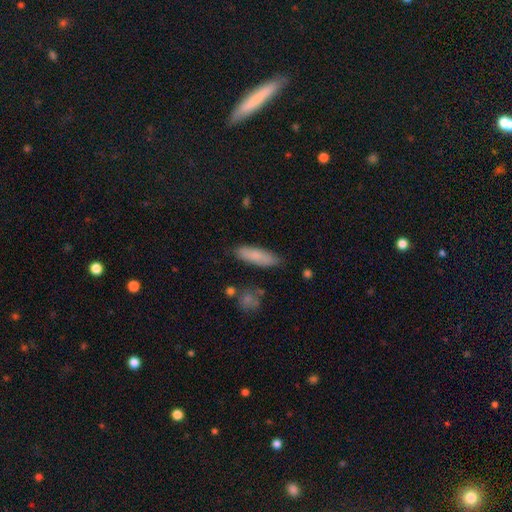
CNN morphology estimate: Q: Smooth or featured?
A: smooth (78%); runner-up: featured or disk (15%)
Q: How rounded?
A: cigar-shaped (55%); runner-up: in between (43%)
Q: Merging?
A: none (82%); runner-up: minor disturbance (13%)